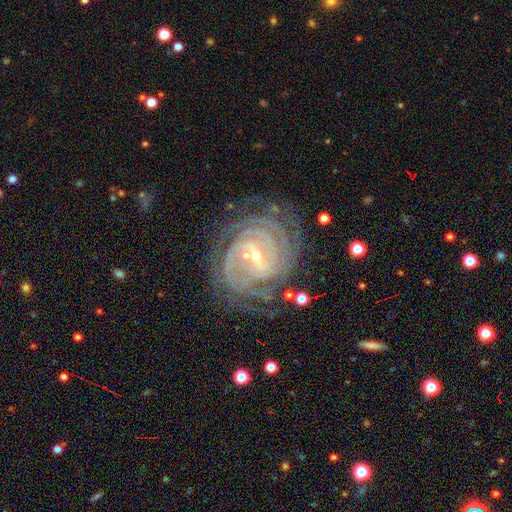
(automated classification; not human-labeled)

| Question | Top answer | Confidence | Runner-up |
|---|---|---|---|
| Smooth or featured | featured or disk | 91% | star or artifact (5%) |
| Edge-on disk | no | 97% | yes (3%) |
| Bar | weak | 44% | strong (41%) |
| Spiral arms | yes | 98% | no (2%) |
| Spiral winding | tight | 83% | medium (15%) |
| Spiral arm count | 4 | 32% | can't tell (18%) |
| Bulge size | small | 72% | moderate (24%) |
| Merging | none | 75% | minor disturbance (17%) |